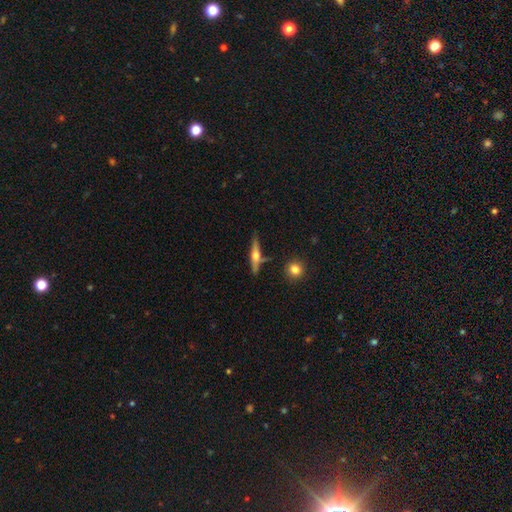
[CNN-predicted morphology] Smooth or featured? Predicted: featured or disk (p=0.60). Edge-on disk? Predicted: yes (p=0.95). Edge-on bulge? Predicted: rounded (p=0.91). Merging? Predicted: none (p=0.73).